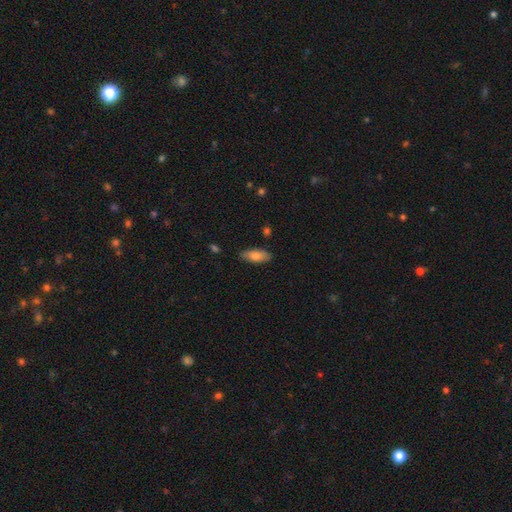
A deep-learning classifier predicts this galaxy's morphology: smooth-or-featured: smooth: 79% | featured or disk: 15% | star or artifact: 6%
  how-rounded: in between: 81% | cigar-shaped: 16% | round: 2%
  merging: none: 84% | minor disturbance: 12% | major disturbance: 2% | merger: 1%